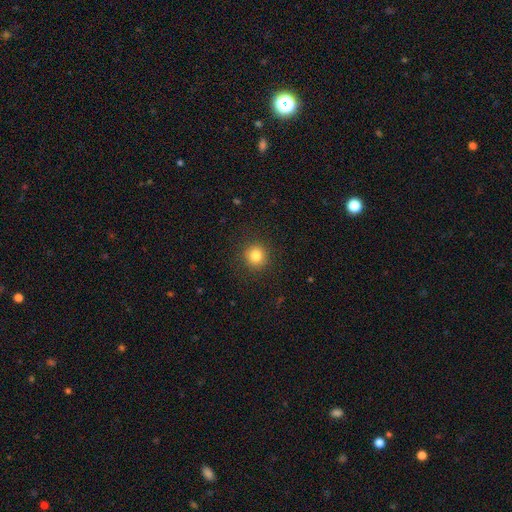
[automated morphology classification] Smooth or featured?
  - smooth: 82% *
  - star or artifact: 12%
  - featured or disk: 6%
How rounded?
  - round: 93% *
  - in between: 6%
  - cigar-shaped: 1%
Merging?
  - none: 90% *
  - minor disturbance: 6%
  - major disturbance: 2%
  - merger: 1%